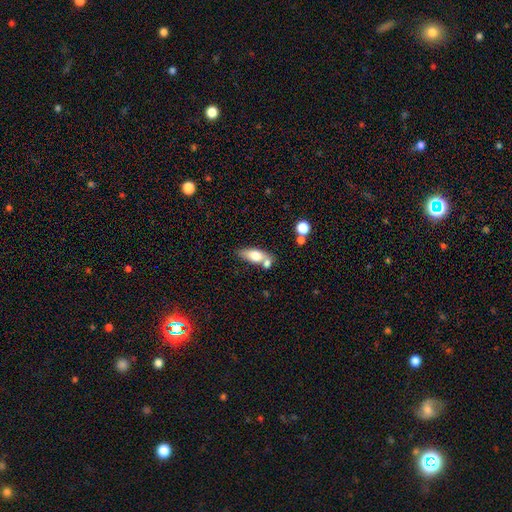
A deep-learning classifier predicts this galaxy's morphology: The model was most divided on "merging": none: 52%, merger: 28%, minor disturbance: 15%, major disturbance: 5%. More confident: how rounded — in between (72%); smooth or featured — smooth (69%).